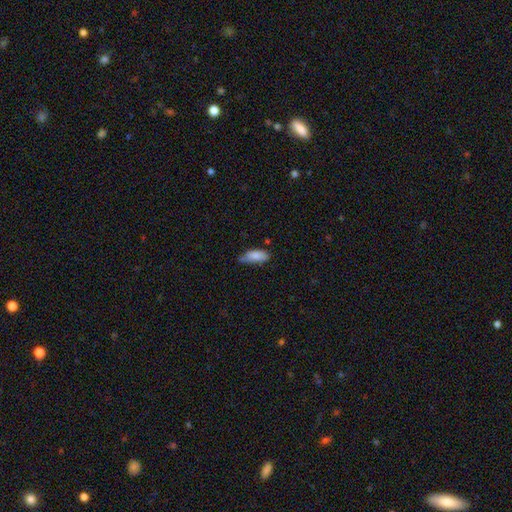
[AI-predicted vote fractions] Morphology: type=smooth (83%); roundness=in between (82%); merging=none (54%).